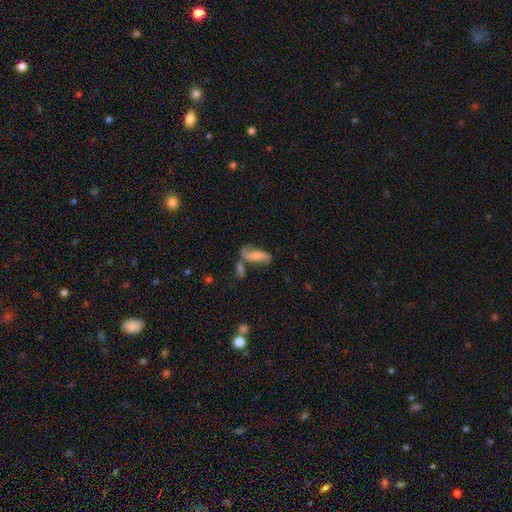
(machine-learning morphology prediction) A featured or disk galaxy (53%). Merging: none (45%).